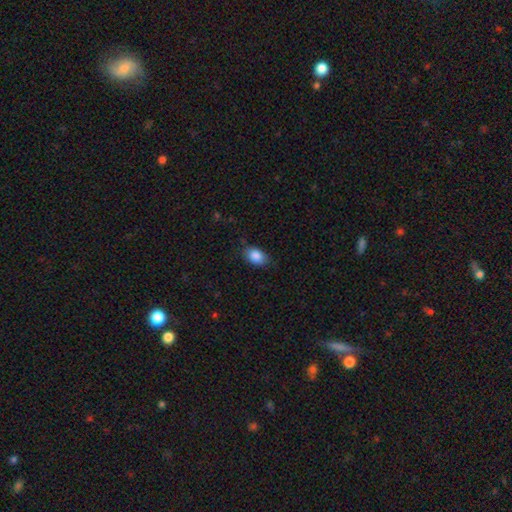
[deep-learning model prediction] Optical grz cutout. It shows a smooth galaxy with no disk features (87%) that is in between round and cigar-shaped (85%). Merging: none (79%).